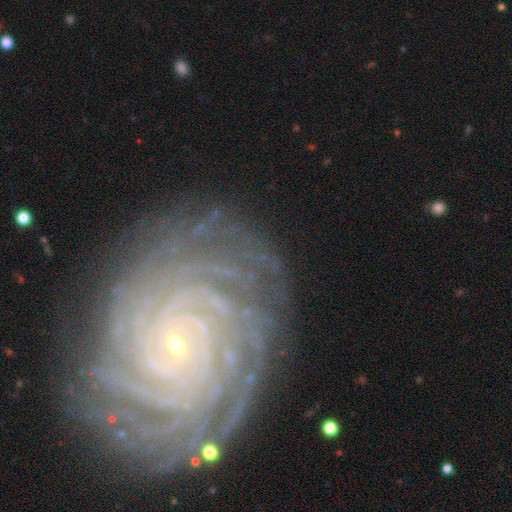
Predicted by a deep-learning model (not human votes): Smooth or featured: featured or disk — 89% (star or artifact — 6%)
Edge-on disk: no — 98% (yes — 2%)
Bar: no — 65% (weak — 22%)
Spiral arms: yes — 98% (no — 2%)
Spiral winding: tight — 87% (medium — 11%)
Spiral arm count: more than 4 — 36% (4 — 20%)
Bulge size: small — 88% (moderate — 8%)
Merging: none — 80% (minor disturbance — 13%)